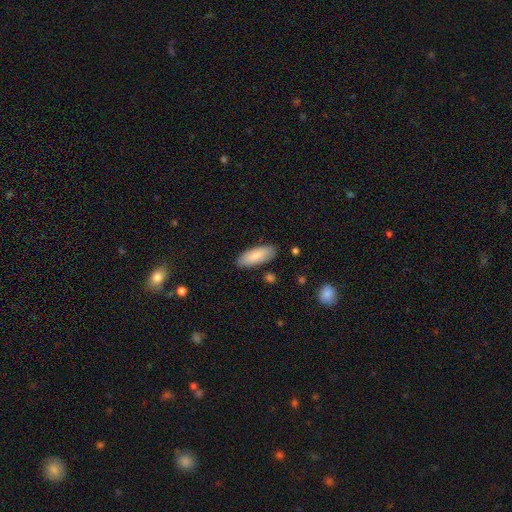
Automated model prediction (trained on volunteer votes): Smooth or featured? Predicted: smooth (p=0.81). How rounded? Predicted: in between (p=0.78). Merging? Predicted: none (p=0.85).